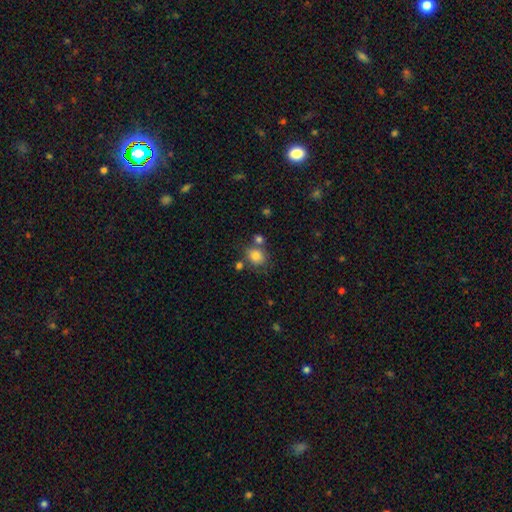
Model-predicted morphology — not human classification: Smooth or featured? Predicted: smooth (p=0.80). How rounded? Predicted: round (p=0.67). Merging? Predicted: none (p=0.64).